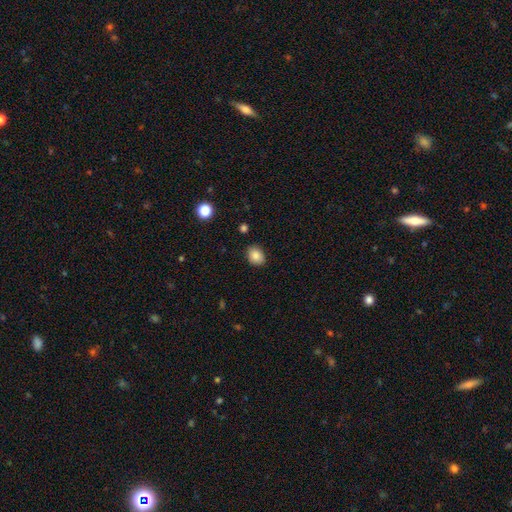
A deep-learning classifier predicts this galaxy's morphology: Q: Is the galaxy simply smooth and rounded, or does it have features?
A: smooth — 86%.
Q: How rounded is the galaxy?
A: in between — 62%.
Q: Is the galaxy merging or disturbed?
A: none — 85%.